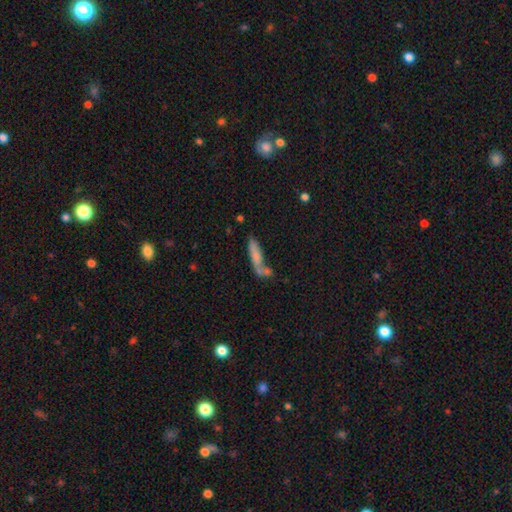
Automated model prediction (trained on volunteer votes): This appears to be a smooth galaxy with no disk features (68%) that is cigar-shaped (74%). Merging: none (39%).